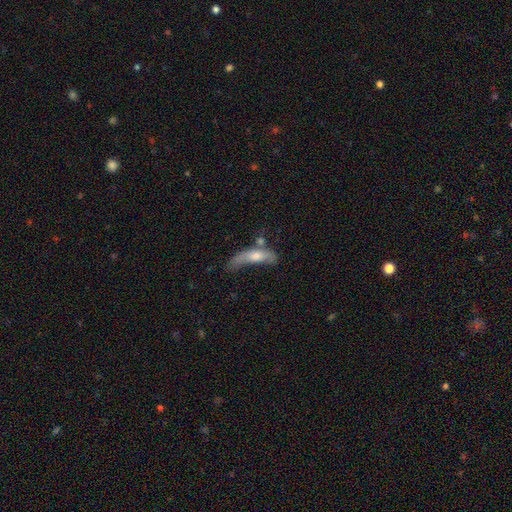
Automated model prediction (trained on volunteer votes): smooth_or_featured: smooth (p=0.53) [alt: featured or disk p=0.39]
how_rounded: cigar-shaped (p=0.59) [alt: in between p=0.38]
merging: major disturbance (p=0.41) [alt: minor disturbance p=0.21]